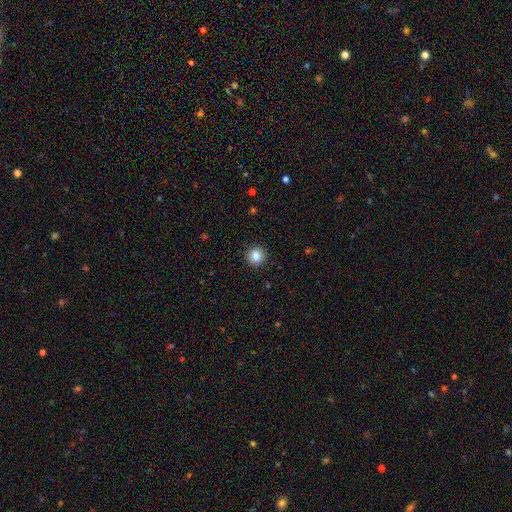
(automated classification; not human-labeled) smooth_or_featured: smooth (p=0.85) [alt: star or artifact p=0.09]
how_rounded: round (p=0.91) [alt: in between p=0.08]
merging: none (p=0.91) [alt: minor disturbance p=0.06]